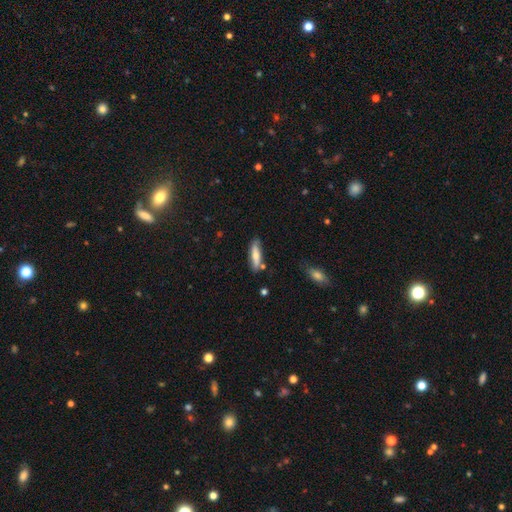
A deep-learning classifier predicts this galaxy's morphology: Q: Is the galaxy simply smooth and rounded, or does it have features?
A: smooth — 63%.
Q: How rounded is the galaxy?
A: cigar-shaped — 65%.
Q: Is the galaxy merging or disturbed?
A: none — 74%.